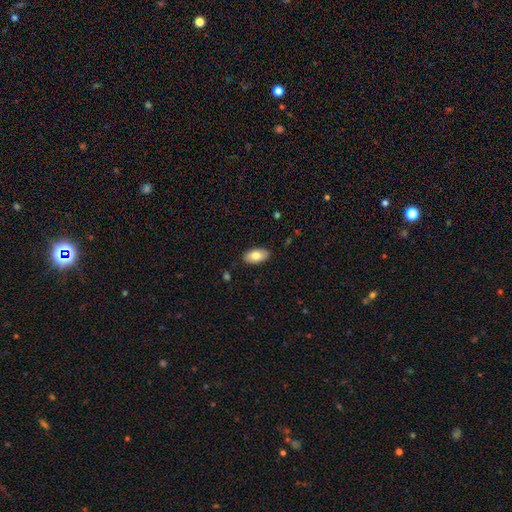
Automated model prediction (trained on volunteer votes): Q: Smooth or featured?
A: smooth (79%); runner-up: featured or disk (15%)
Q: How rounded?
A: in between (94%); runner-up: round (3%)
Q: Merging?
A: none (88%); runner-up: minor disturbance (9%)